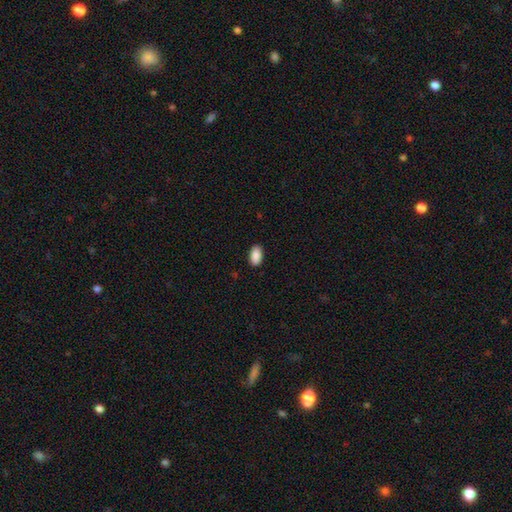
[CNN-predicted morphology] Smooth or featured?
  - smooth: 90% *
  - star or artifact: 7%
  - featured or disk: 3%
How rounded?
  - in between: 94% *
  - round: 3%
  - cigar-shaped: 3%
Merging?
  - none: 89% *
  - minor disturbance: 8%
  - major disturbance: 2%
  - merger: 1%